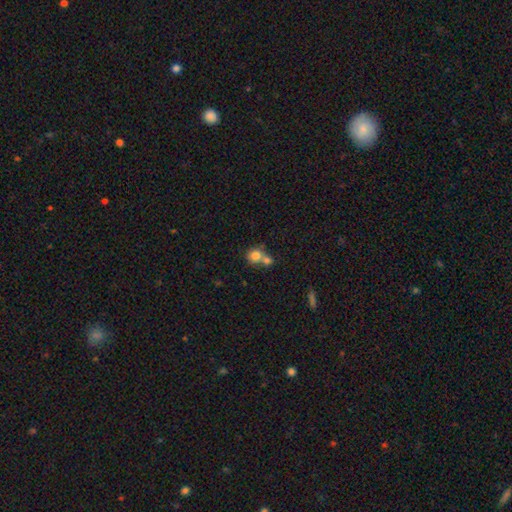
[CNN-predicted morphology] Smooth or featured? smooth (79%)
How rounded? round (82%)
Merging? merger (54%)